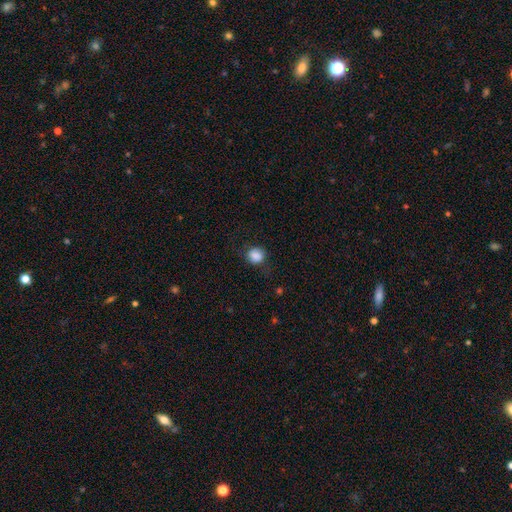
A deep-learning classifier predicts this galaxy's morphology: Smooth or featured?
  - smooth: 85% *
  - star or artifact: 9%
  - featured or disk: 6%
How rounded?
  - round: 68% *
  - in between: 31%
  - cigar-shaped: 1%
Merging?
  - none: 68% *
  - minor disturbance: 22%
  - major disturbance: 9%
  - merger: 2%